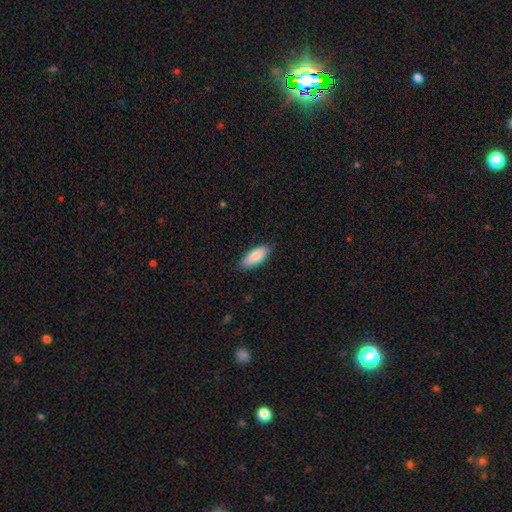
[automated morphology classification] Smooth or featured?
  - smooth: 86% *
  - featured or disk: 8%
  - star or artifact: 6%
How rounded?
  - in between: 82% *
  - cigar-shaped: 17%
  - round: 2%
Merging?
  - none: 84% *
  - minor disturbance: 13%
  - major disturbance: 2%
  - merger: 1%